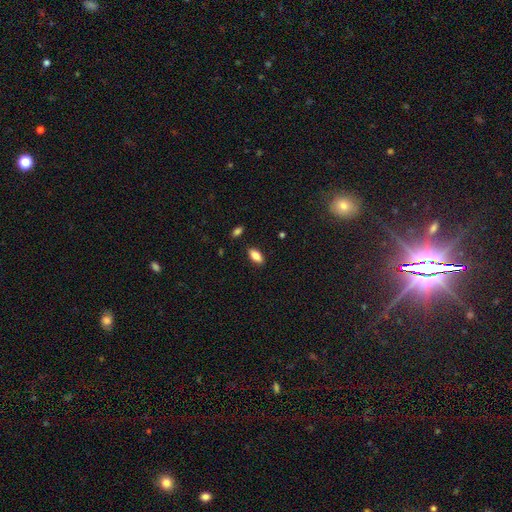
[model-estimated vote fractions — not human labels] Smooth or featured? Predicted: smooth (p=0.84). How rounded? Predicted: in between (p=0.89). Merging? Predicted: none (p=0.87).